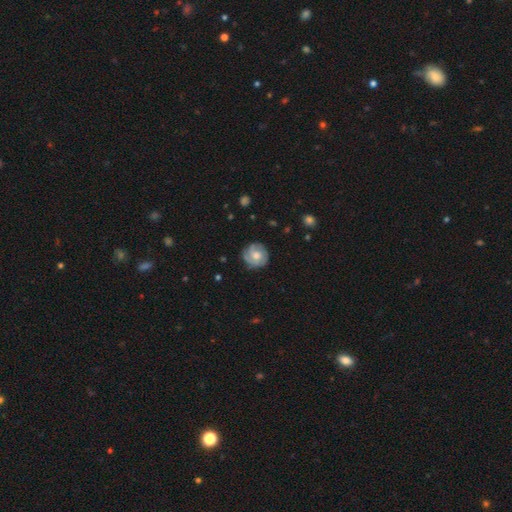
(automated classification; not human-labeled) A featured or disk galaxy (53%) with no bar (77%), spiral arms (76%) and a moderate central bulge (67%).

Vote fractions:
- Smooth or featured? featured or disk: 53% / smooth: 41% / star or artifact: 7%
- Edge-on disk? no: 97% / yes: 3%
- Bar? no: 77% / weak: 20% / strong: 3%
- Spiral arms? yes: 76% / no: 24%
- Bulge size? moderate: 67% / small: 16% / large: 13% / none: 3% / dominant: 1%
- Merging? none: 75% / minor disturbance: 18% / major disturbance: 5% / merger: 1%